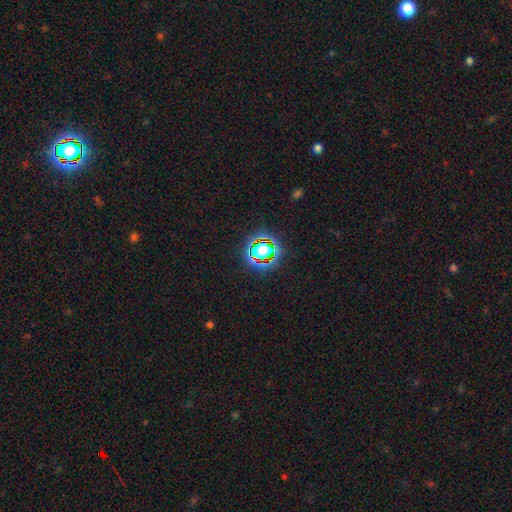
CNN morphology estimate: A star or artifact, not a galaxy (67%).